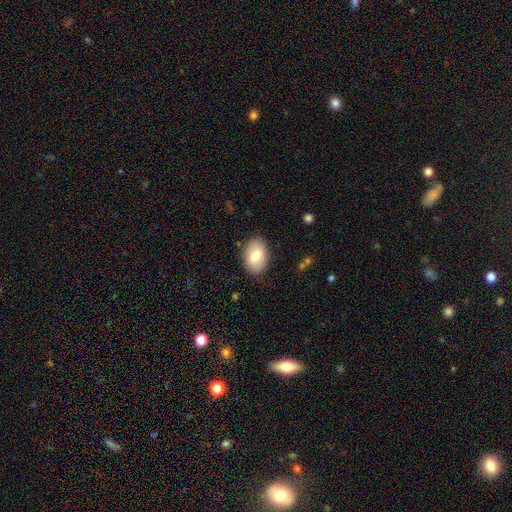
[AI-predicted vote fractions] smooth-or-featured: smooth: 77% | featured or disk: 17% | star or artifact: 7%
  how-rounded: in between: 86% | round: 13% | cigar-shaped: 1%
  merging: none: 86% | minor disturbance: 10% | major disturbance: 3% | merger: 1%